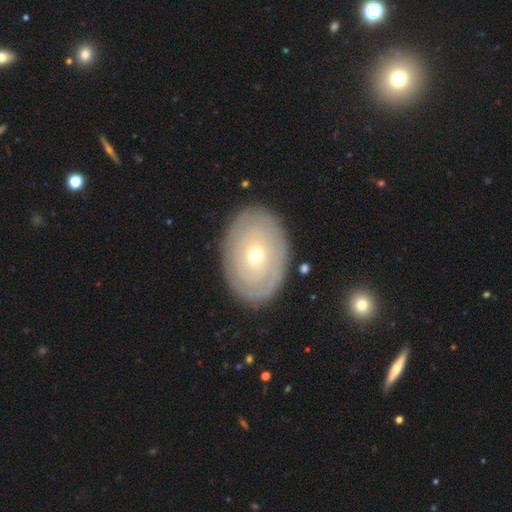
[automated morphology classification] Smooth or featured? featured or disk (64%)
Edge-on disk? no (94%)
Bar? no (82%)
Spiral arms? yes (62%)
Bulge size? small (67%)
Merging? none (84%)